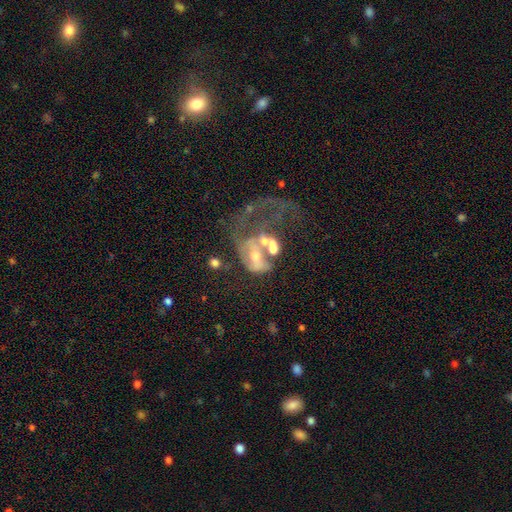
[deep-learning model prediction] Q: Smooth or featured?
A: featured or disk (67%); runner-up: smooth (20%)
Q: Edge-on disk?
A: no (97%); runner-up: yes (3%)
Q: Bar?
A: no (73%); runner-up: weak (20%)
Q: Spiral arms?
A: no (57%); runner-up: yes (43%)
Q: Bulge size?
A: moderate (49%); runner-up: small (34%)
Q: Merging?
A: merger (44%); runner-up: major disturbance (37%)